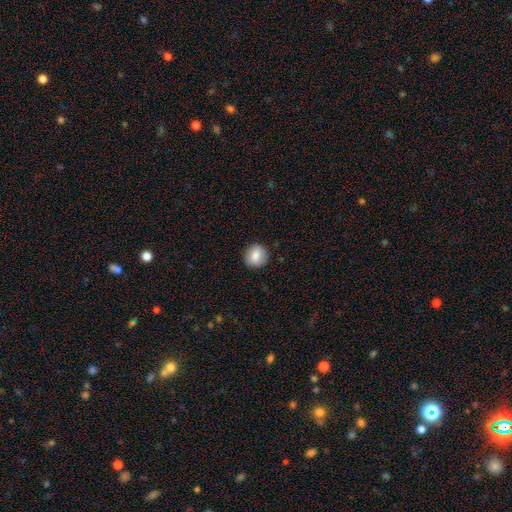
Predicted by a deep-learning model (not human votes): Overall: smooth (82%). How rounded: round (85%). Merging: none (88%).